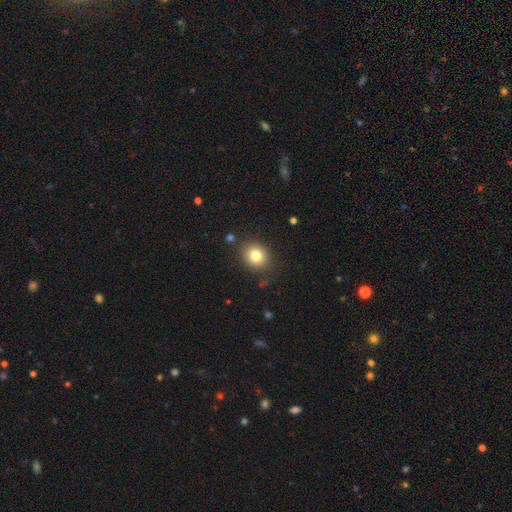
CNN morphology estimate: This is clearly a smooth galaxy (81%). How rounded: likely round (69%). Merging: clearly none (84%).